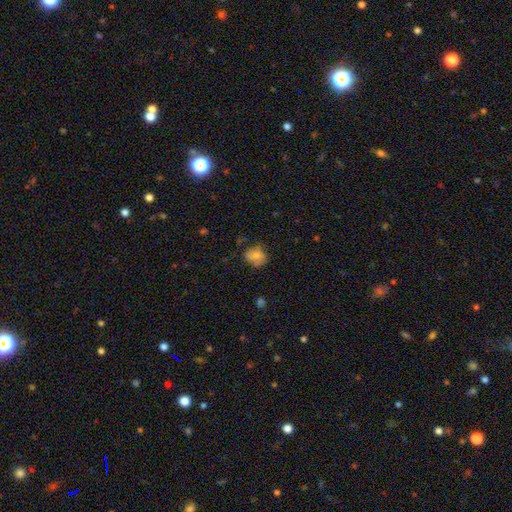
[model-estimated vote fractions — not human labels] Overall: smooth (71%). How rounded: round (53%; in between 46%). Merging: none (57%; minor disturbance 30%).